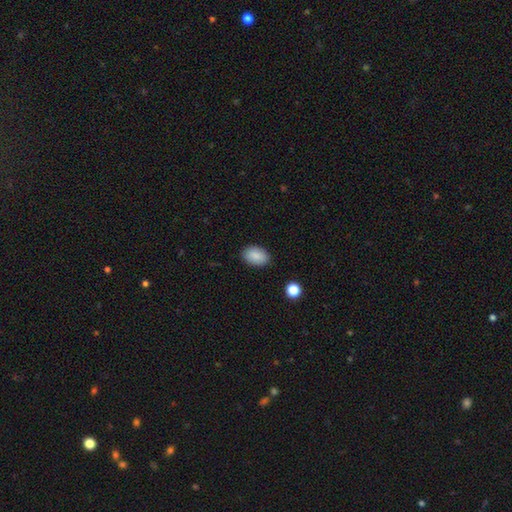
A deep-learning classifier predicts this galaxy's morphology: This appears to be a smooth galaxy with no disk features (88%) that is in between round and cigar-shaped (87%). Merging: none (87%).